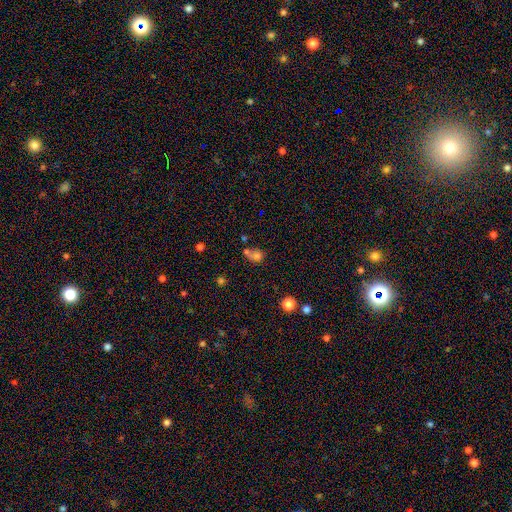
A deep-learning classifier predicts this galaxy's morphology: This is likely a smooth galaxy (67%). How rounded: likely round (66%). Merging: possibly merger (46%).